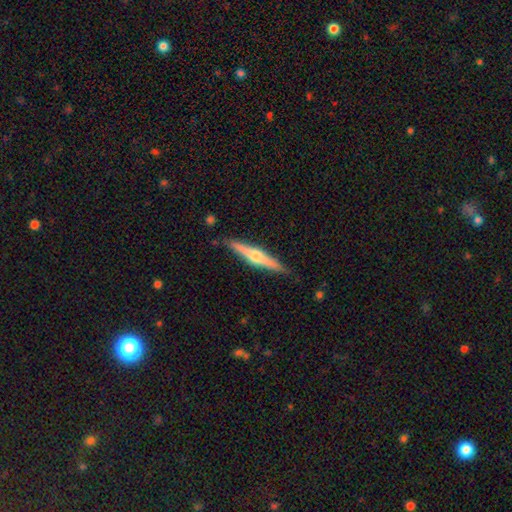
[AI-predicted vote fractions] This is likely a featured or disk galaxy (68%). It is clearly viewed edge-on (97%). Edge-on bulge: clearly rounded (91%). Merging: clearly none (88%).